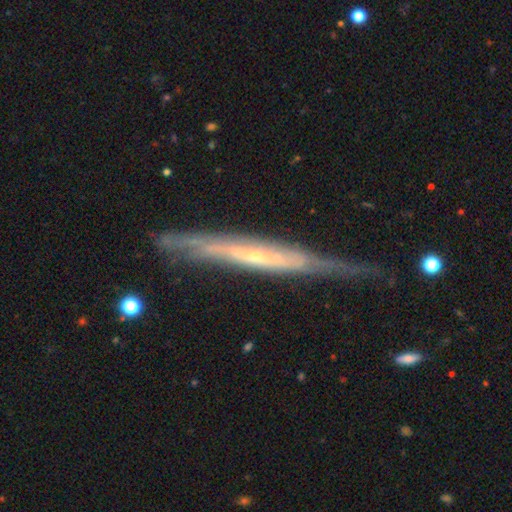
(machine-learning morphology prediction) This is clearly a featured or disk galaxy (80%). It is clearly viewed edge-on (85%). Edge-on bulge: possibly none (56%). Merging: likely none (65%).